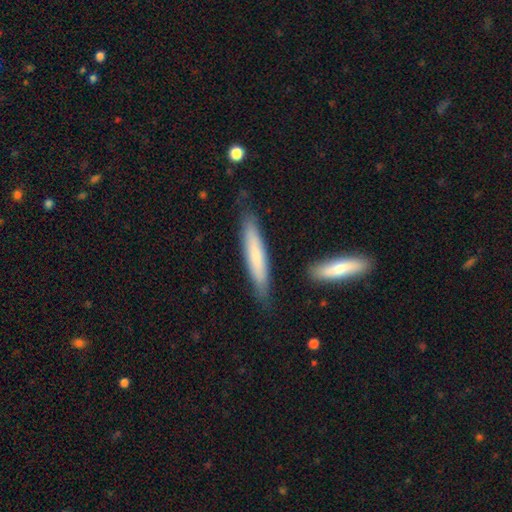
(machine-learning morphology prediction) smooth_or_featured: smooth (p=0.67) [alt: featured or disk p=0.27]
how_rounded: cigar-shaped (p=0.90) [alt: in between p=0.09]
merging: none (p=0.80) [alt: minor disturbance p=0.14]